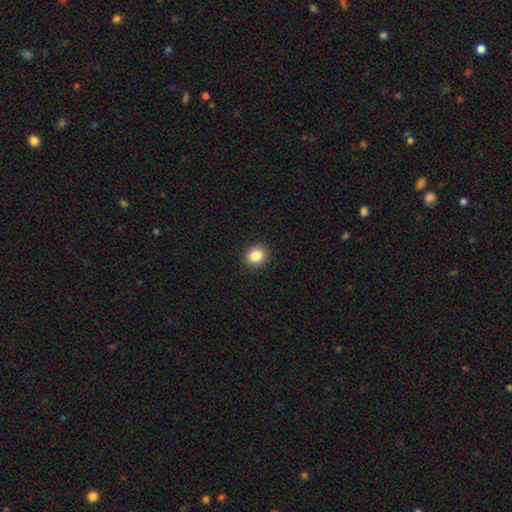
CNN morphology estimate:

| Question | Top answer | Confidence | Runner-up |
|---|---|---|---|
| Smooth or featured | smooth | 85% | star or artifact (10%) |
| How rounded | round | 71% | in between (28%) |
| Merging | none | 91% | minor disturbance (6%) |